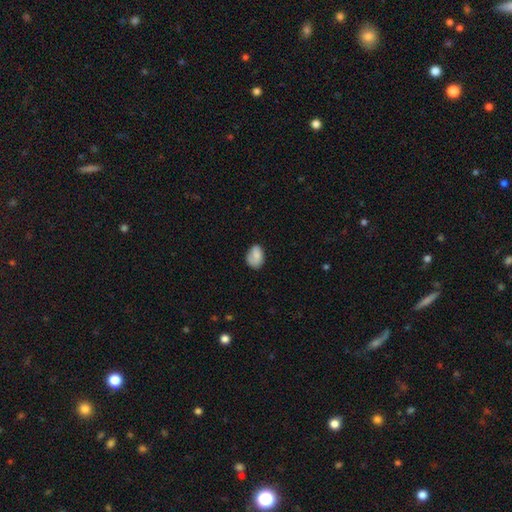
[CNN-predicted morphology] type=smooth (79%); roundness=in between (79%); merging=none (65%).